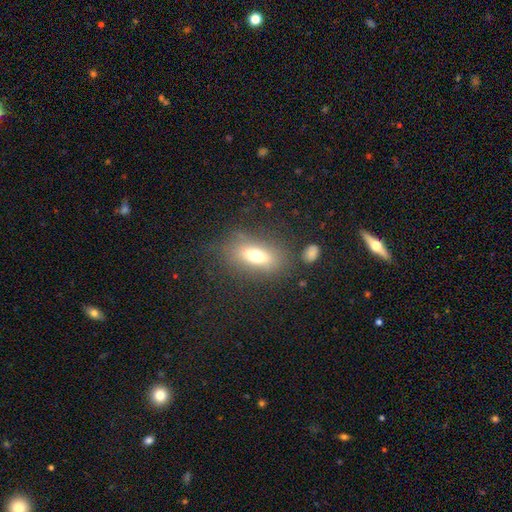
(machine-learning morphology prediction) Q: Smooth or featured?
A: smooth (64%); runner-up: featured or disk (25%)
Q: How rounded?
A: in between (76%); runner-up: cigar-shaped (12%)
Q: Merging?
A: none (70%); runner-up: minor disturbance (16%)